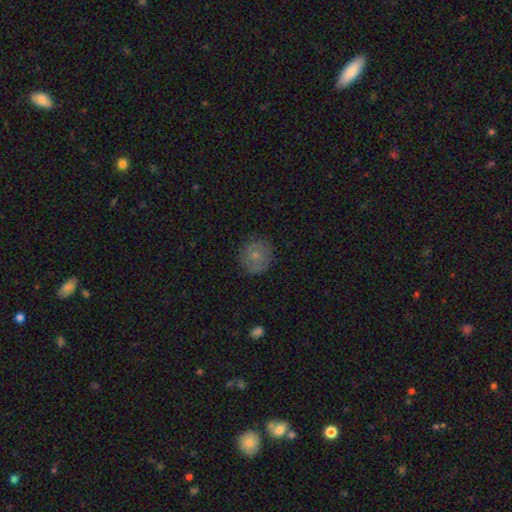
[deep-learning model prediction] Smooth or featured? Predicted: smooth (p=0.60). How rounded? Predicted: round (p=0.88). Merging? Predicted: none (p=0.82).